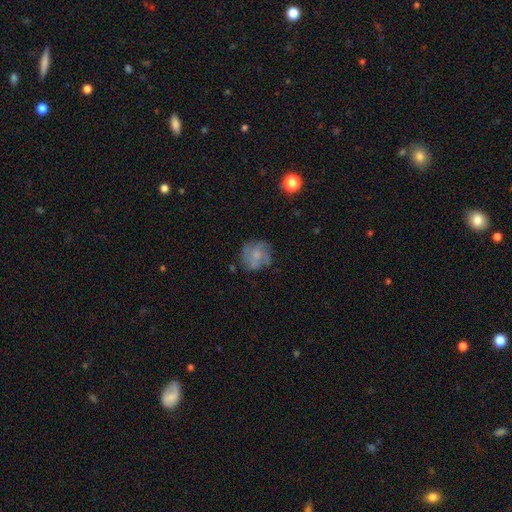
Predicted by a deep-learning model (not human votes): Overall: smooth (54%; featured or disk 36%). How rounded: round (81%). Merging: none (65%).